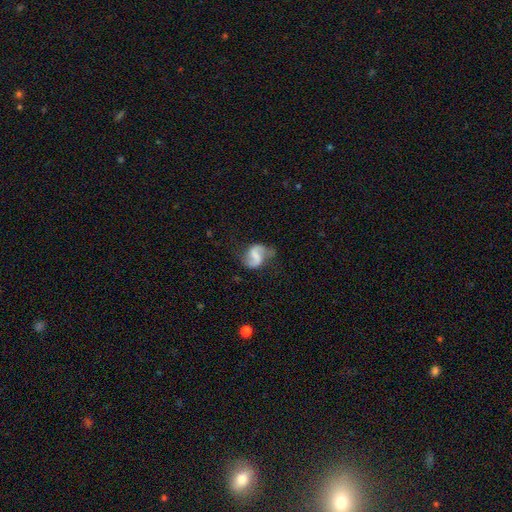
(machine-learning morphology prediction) type=featured or disk (79%); edge-on=no (98%); bar=weak (45%); spiral arms=yes (94%); winding=loose (56%); arm count=2 (91%); bulge=none (45%); merging=none (67%).